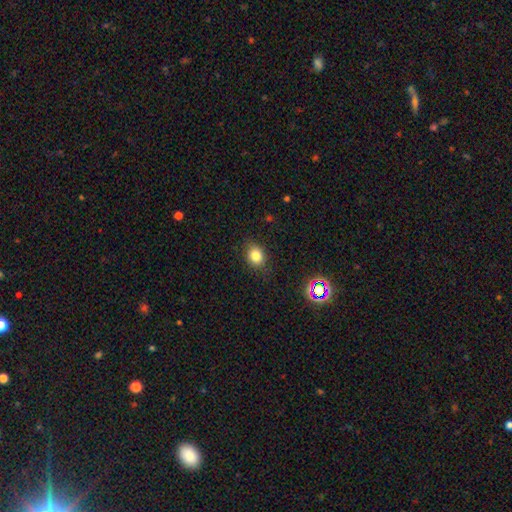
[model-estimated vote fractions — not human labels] A smooth galaxy with no disk features (81%) that is round (56%).

Vote fractions:
- Smooth or featured? smooth: 81% / star or artifact: 13% / featured or disk: 7%
- How rounded? round: 56% / in between: 43% / cigar-shaped: 1%
- Merging? none: 83% / minor disturbance: 13% / major disturbance: 3% / merger: 1%